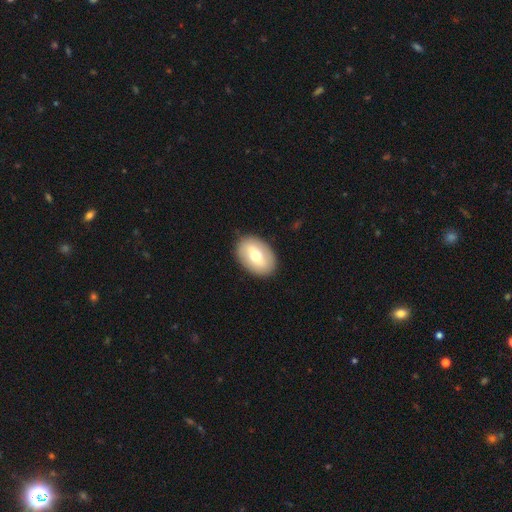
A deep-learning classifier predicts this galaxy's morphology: smooth-or-featured: smooth: 60% | featured or disk: 34% | star or artifact: 6%
  how-rounded: in between: 84% | round: 15% | cigar-shaped: 1%
  merging: none: 88% | minor disturbance: 8% | major disturbance: 3% | merger: 1%